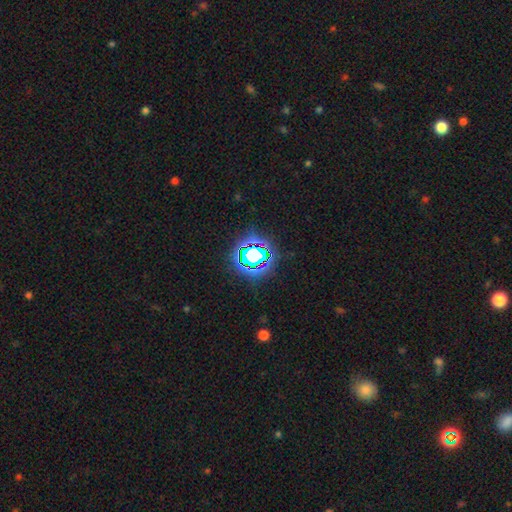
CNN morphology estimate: Smooth or featured? Predicted: star or artifact (p=0.65).